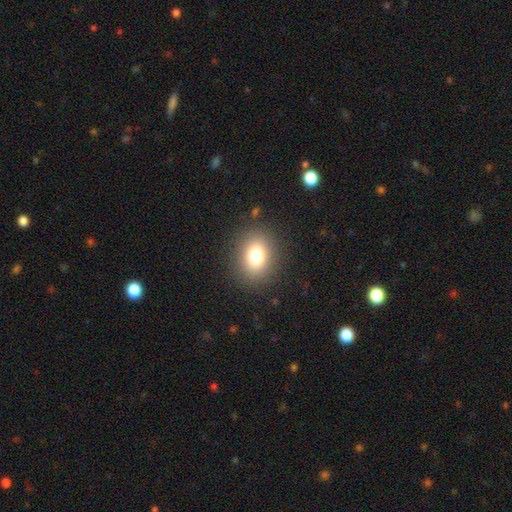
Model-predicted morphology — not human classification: This is likely a smooth galaxy (76%). How rounded: possibly round (50%). Merging: clearly none (87%).